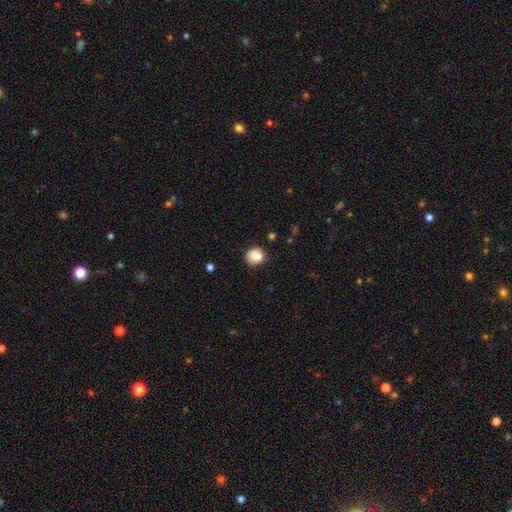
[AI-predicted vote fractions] Smooth or featured? smooth (87%)
How rounded? round (82%)
Merging? none (74%)